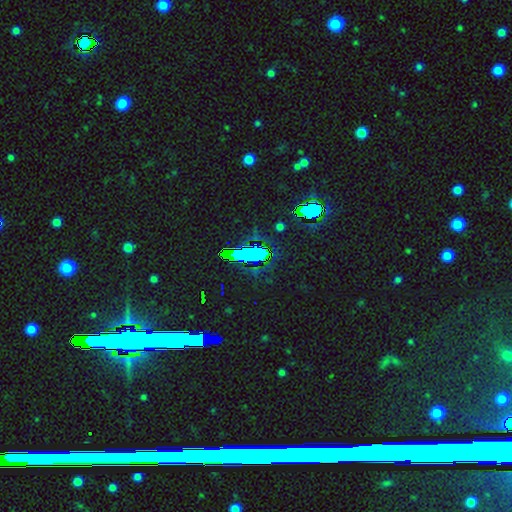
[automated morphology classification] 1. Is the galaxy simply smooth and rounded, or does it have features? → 70% star or artifact, 20% smooth, 10% featured or disk.